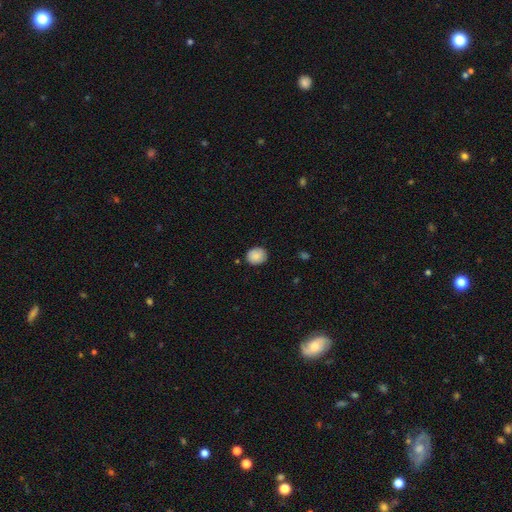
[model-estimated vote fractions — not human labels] A smooth galaxy with no disk features (88%) that is round (68%). Merging: none (84%).